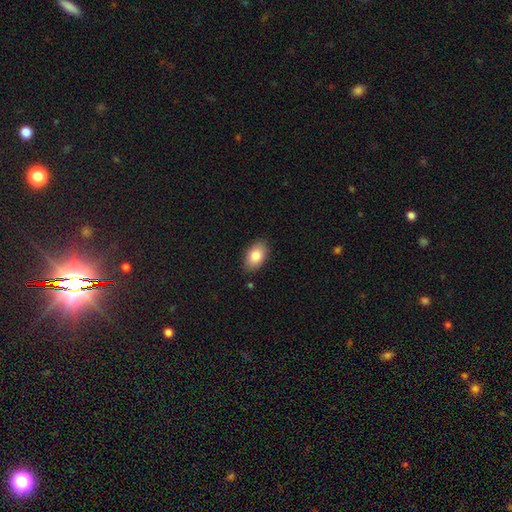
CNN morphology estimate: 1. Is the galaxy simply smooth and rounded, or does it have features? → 83% smooth, 10% featured or disk, 7% star or artifact.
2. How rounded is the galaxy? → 91% in between, 7% round, 1% cigar-shaped.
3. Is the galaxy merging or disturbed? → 86% none, 10% minor disturbance, 2% major disturbance, 1% merger.